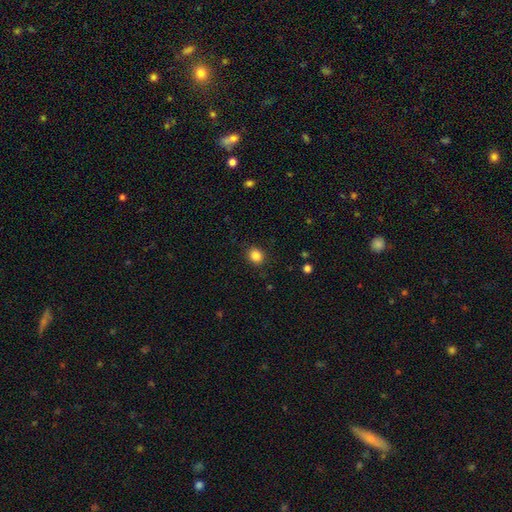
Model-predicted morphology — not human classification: Smooth or featured?
  - smooth: 86% *
  - star or artifact: 11%
  - featured or disk: 4%
How rounded?
  - round: 78% *
  - in between: 22%
  - cigar-shaped: 1%
Merging?
  - none: 89% *
  - minor disturbance: 8%
  - major disturbance: 2%
  - merger: 1%